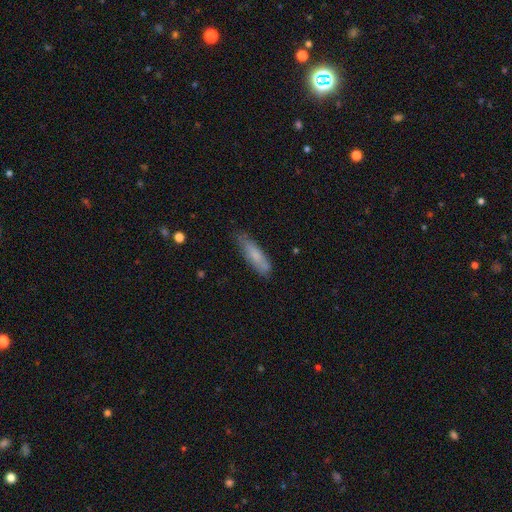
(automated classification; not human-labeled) Smooth or featured? Predicted: smooth (p=0.71). How rounded? Predicted: cigar-shaped (p=0.61). Merging? Predicted: none (p=0.72).